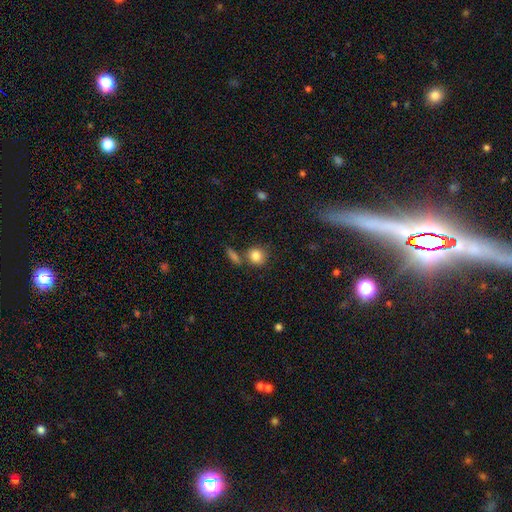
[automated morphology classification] This appears to be a smooth galaxy with no disk features (84%) that is round (81%). Merging: none (68%).